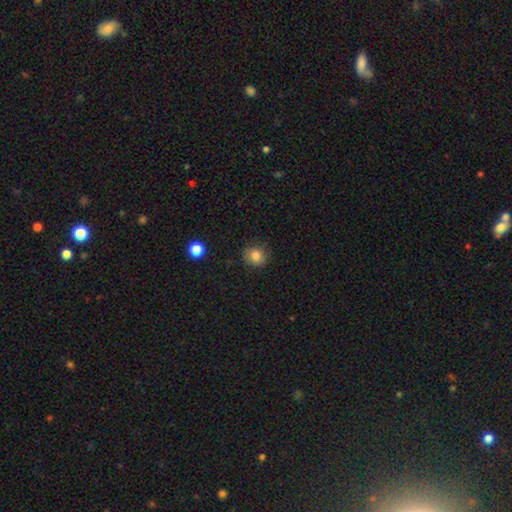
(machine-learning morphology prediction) Smooth or featured? Predicted: smooth (p=0.83). How rounded? Predicted: round (p=0.85). Merging? Predicted: none (p=0.84).